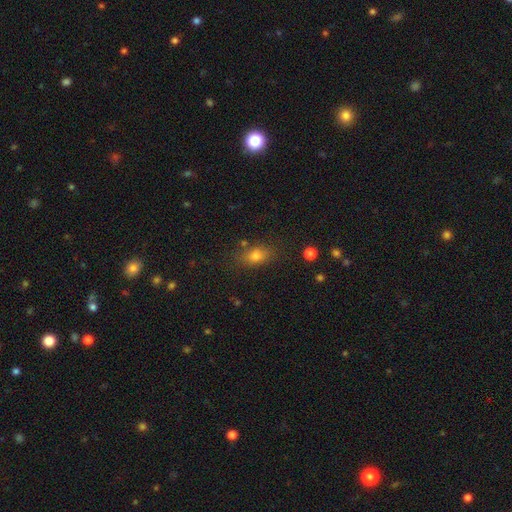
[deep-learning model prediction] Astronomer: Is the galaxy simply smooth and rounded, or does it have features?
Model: smooth — 73%.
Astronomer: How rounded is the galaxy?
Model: in between — 74%.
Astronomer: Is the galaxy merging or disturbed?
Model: none — 75%.